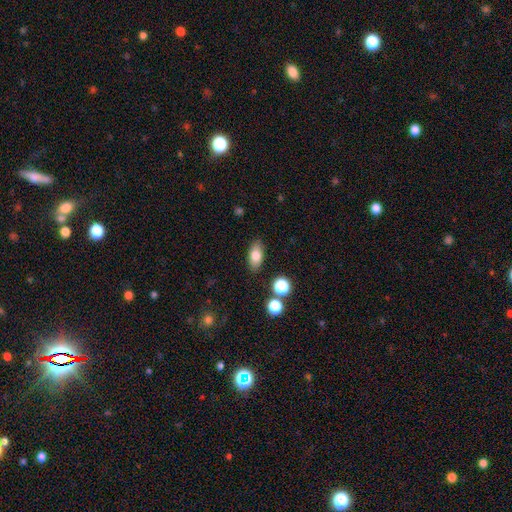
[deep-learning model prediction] Smooth or featured?
  - smooth: 79% *
  - featured or disk: 11%
  - star or artifact: 9%
How rounded?
  - in between: 87% *
  - round: 7%
  - cigar-shaped: 6%
Merging?
  - none: 86% *
  - minor disturbance: 10%
  - major disturbance: 3%
  - merger: 2%